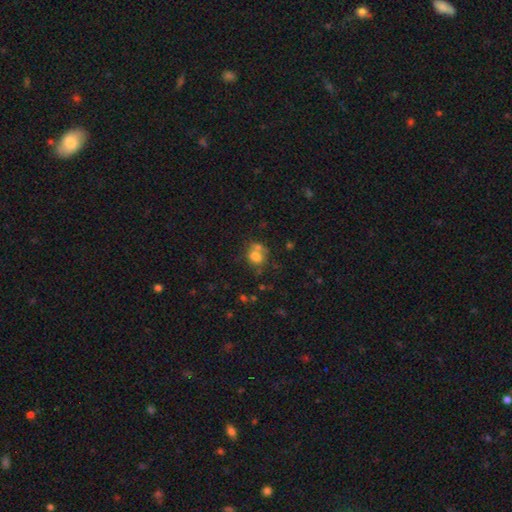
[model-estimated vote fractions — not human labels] Morphology: type=smooth (72%); roundness=round (54%); merging=merger (40%).